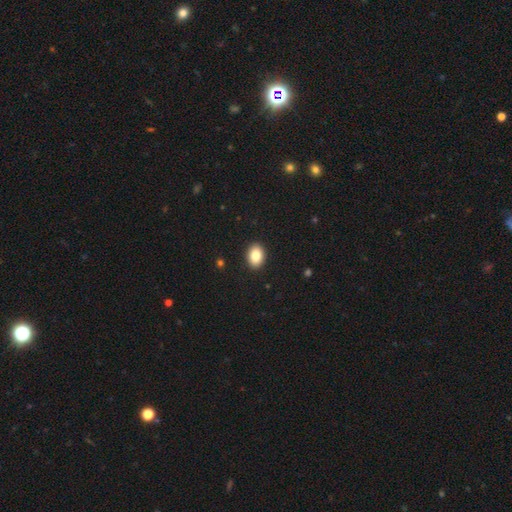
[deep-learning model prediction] smooth_or_featured: smooth (p=0.85) [alt: star or artifact p=0.08]
how_rounded: in between (p=0.74) [alt: round p=0.25]
merging: none (p=0.92) [alt: minor disturbance p=0.06]